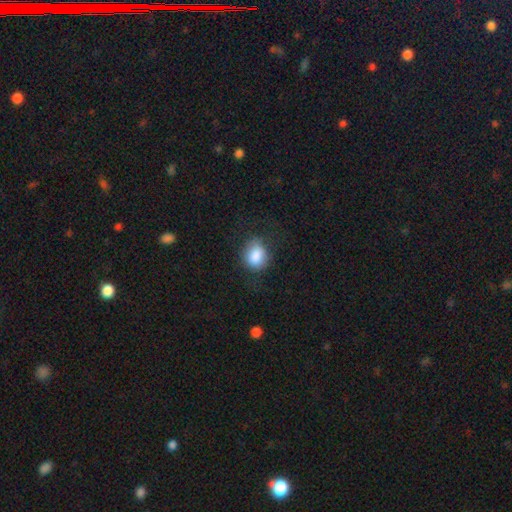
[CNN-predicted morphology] Q: Smooth or featured?
A: smooth (85%); runner-up: star or artifact (8%)
Q: How rounded?
A: round (54%); runner-up: in between (45%)
Q: Merging?
A: none (70%); runner-up: minor disturbance (20%)